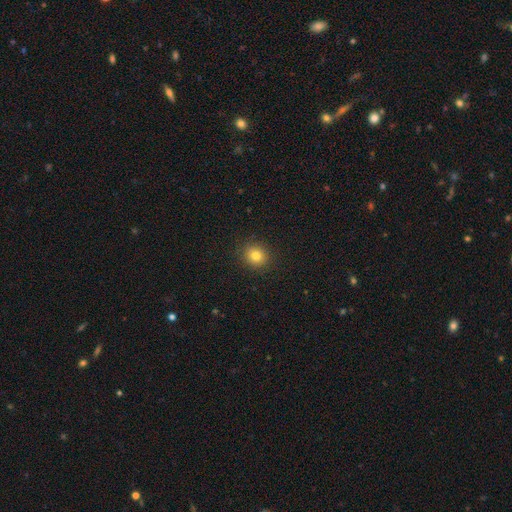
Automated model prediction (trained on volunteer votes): Smooth or featured? smooth (81%)
How rounded? round (85%)
Merging? none (90%)